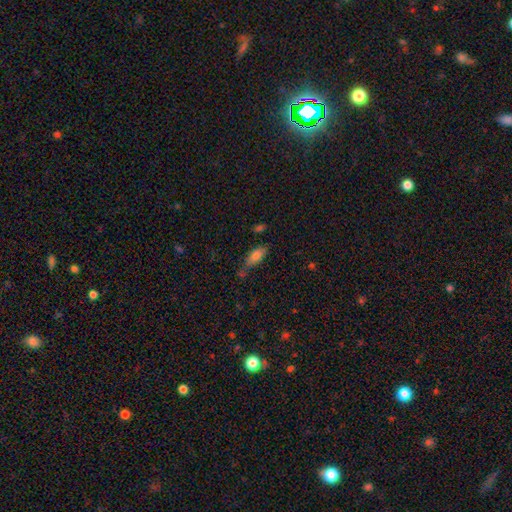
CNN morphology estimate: smooth_or_featured: smooth (p=0.77) [alt: featured or disk p=0.13]
how_rounded: in between (p=0.74) [alt: cigar-shaped p=0.23]
merging: none (p=0.51) [alt: minor disturbance p=0.26]